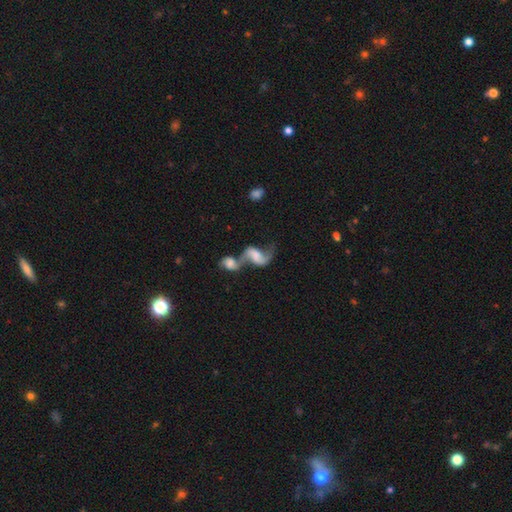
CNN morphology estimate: Smooth or featured? featured or disk (72%)
Edge-on disk? no (96%)
Bar? weak (41%)
Spiral arms? yes (90%)
Spiral winding? loose (80%)
Spiral arm count? 2 (85%)
Bulge size? none (35%)
Merging? merger (68%)